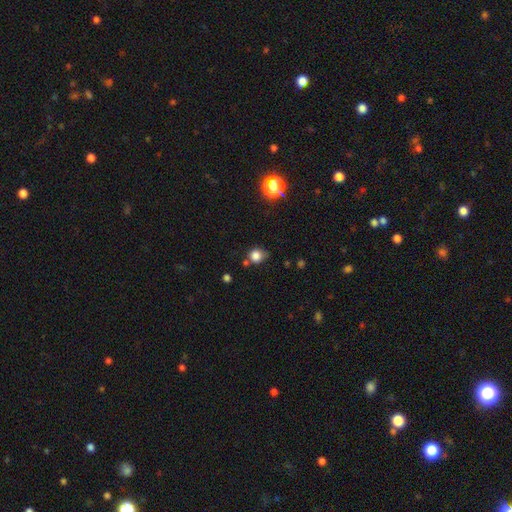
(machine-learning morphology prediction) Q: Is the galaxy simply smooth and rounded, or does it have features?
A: smooth — 80%.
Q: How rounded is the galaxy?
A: round — 77%.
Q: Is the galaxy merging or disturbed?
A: none — 61%.